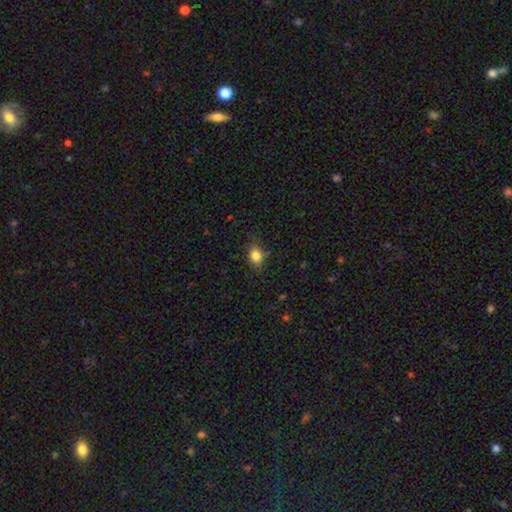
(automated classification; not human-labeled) Morphology: type=smooth (83%); roundness=in between (63%); merging=none (77%).